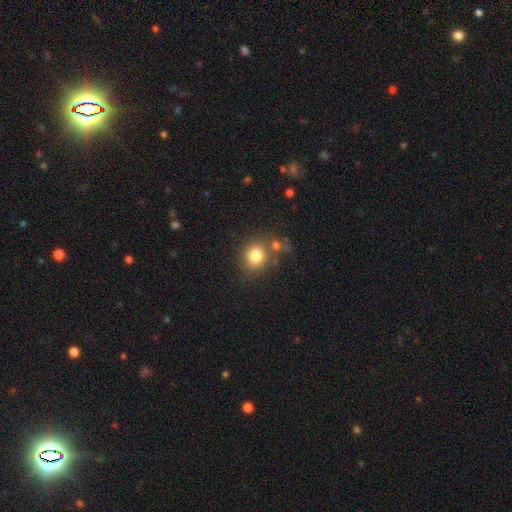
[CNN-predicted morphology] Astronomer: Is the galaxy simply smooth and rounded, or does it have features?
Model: smooth — 80%.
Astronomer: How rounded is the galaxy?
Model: round — 75%.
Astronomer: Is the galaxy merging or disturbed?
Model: none — 71%.